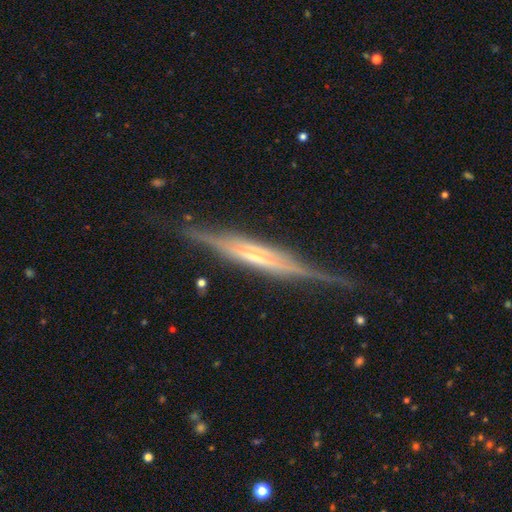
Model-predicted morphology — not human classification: A featured or disk galaxy (80%) viewed edge-on (96%) with no central bulge (35%). Merging: none (78%).